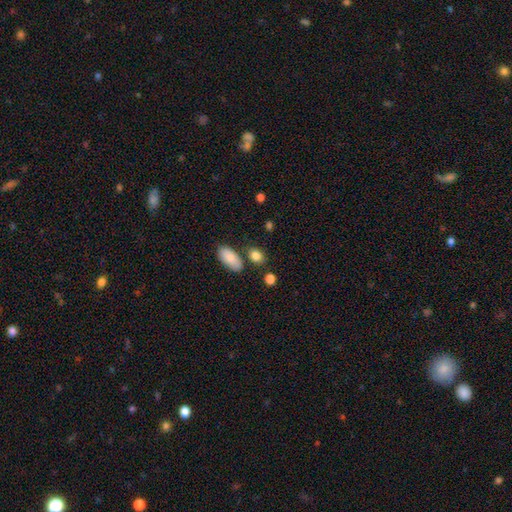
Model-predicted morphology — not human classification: Q: Smooth or featured?
A: smooth (85%); runner-up: star or artifact (9%)
Q: How rounded?
A: in between (59%); runner-up: round (38%)
Q: Merging?
A: none (74%); runner-up: minor disturbance (12%)